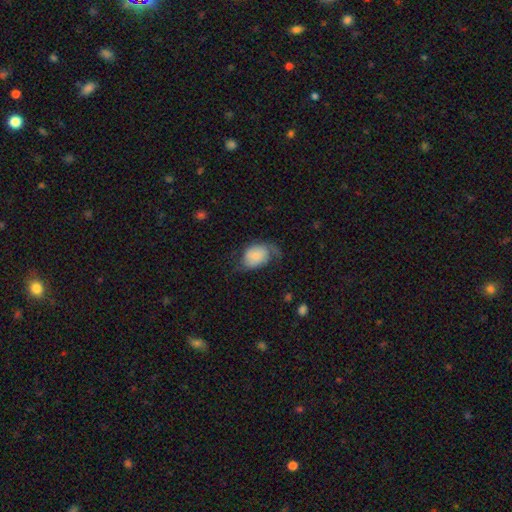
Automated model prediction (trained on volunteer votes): Smooth or featured? smooth (54%)
How rounded? in between (74%)
Merging? none (38%)